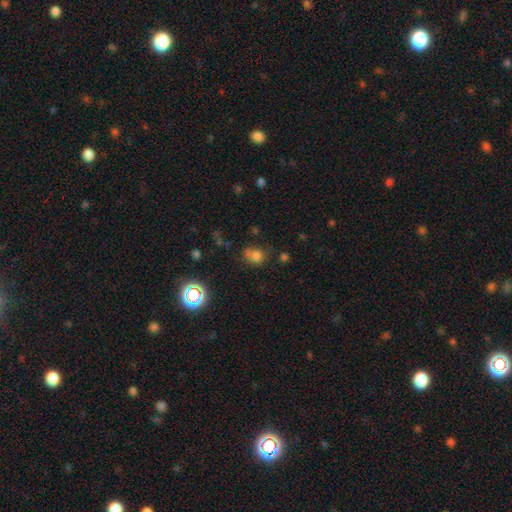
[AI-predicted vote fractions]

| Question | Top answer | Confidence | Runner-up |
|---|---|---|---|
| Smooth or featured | smooth | 73% | star or artifact (17%) |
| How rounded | round | 62% | in between (37%) |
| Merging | none | 53% | minor disturbance (24%) |